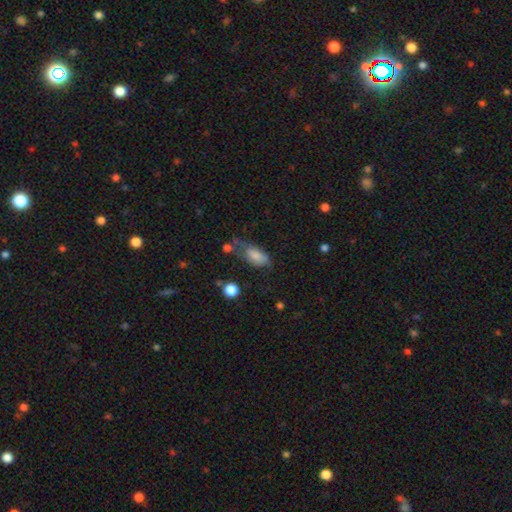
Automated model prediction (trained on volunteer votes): A smooth galaxy with no disk features (78%) that is in between round and cigar-shaped (88%). Merging: minor disturbance (34%).